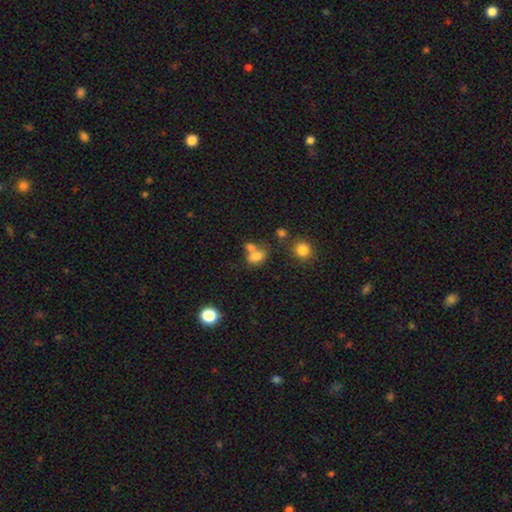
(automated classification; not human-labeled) Smooth or featured? smooth (75%)
How rounded? in between (74%)
Merging? merger (41%)